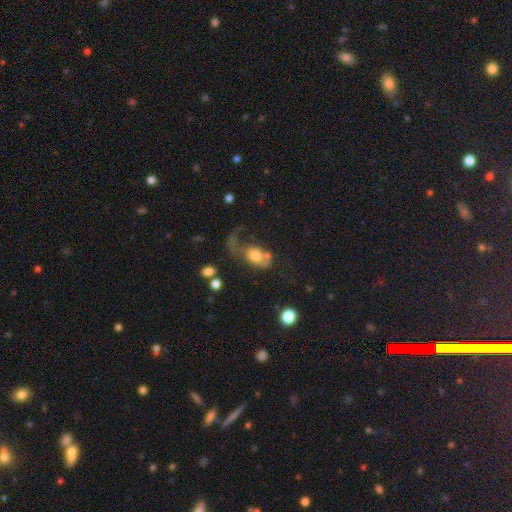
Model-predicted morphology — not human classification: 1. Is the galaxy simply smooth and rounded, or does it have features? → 62% smooth, 29% featured or disk, 10% star or artifact.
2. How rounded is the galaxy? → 77% in between, 20% round, 3% cigar-shaped.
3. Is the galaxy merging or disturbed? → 47% major disturbance, 23% none, 16% minor disturbance, 14% merger.